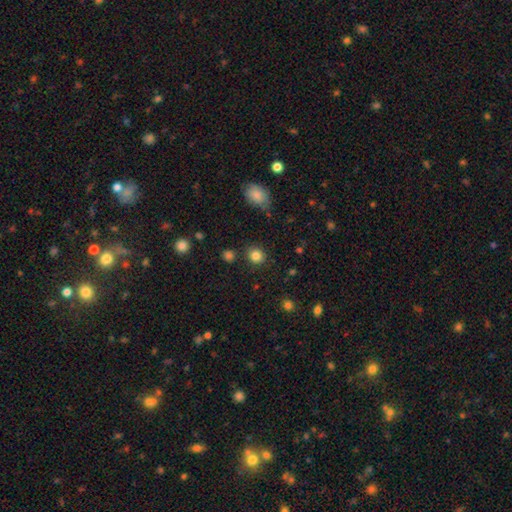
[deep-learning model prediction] The model was most divided on "how rounded": round: 77%, in between: 22%, cigar-shaped: 1%. More confident: merging — none (84%); smooth or featured — smooth (84%).